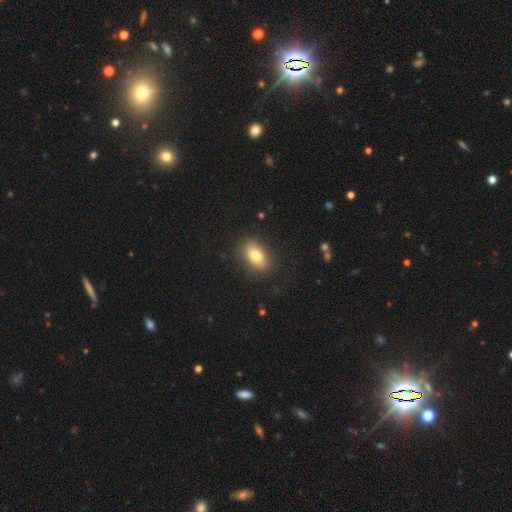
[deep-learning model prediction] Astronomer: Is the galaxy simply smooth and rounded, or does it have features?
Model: smooth — 80%.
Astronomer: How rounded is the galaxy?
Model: in between — 86%.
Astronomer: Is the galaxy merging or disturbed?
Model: none — 87%.